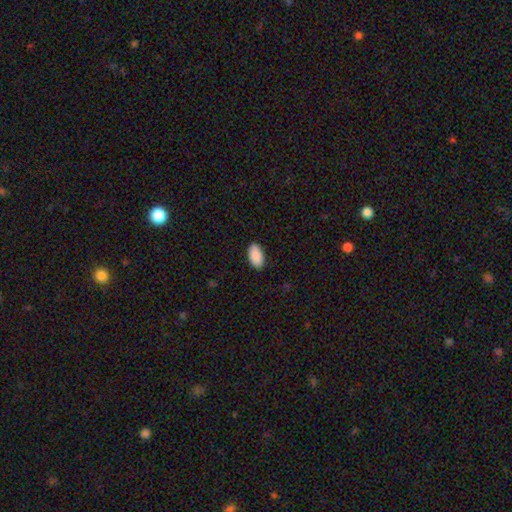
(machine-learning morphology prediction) This appears to be a smooth galaxy with no disk features (91%) that is in between round and cigar-shaped (95%). Merging: none (89%).